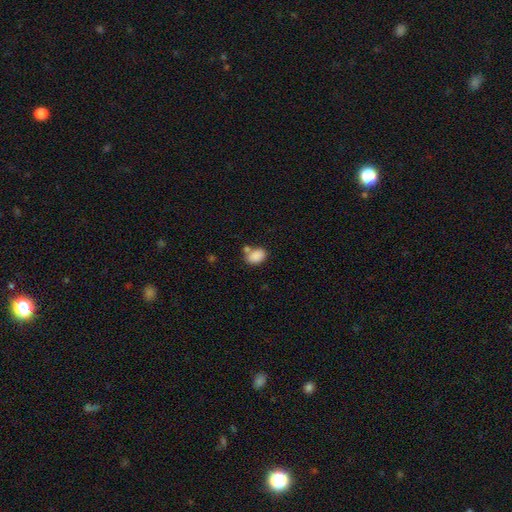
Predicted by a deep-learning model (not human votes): The model was most divided on "merging": none: 58%, merger: 23%, minor disturbance: 14%, major disturbance: 5%. More confident: smooth or featured — smooth (86%); how rounded — in between (81%).